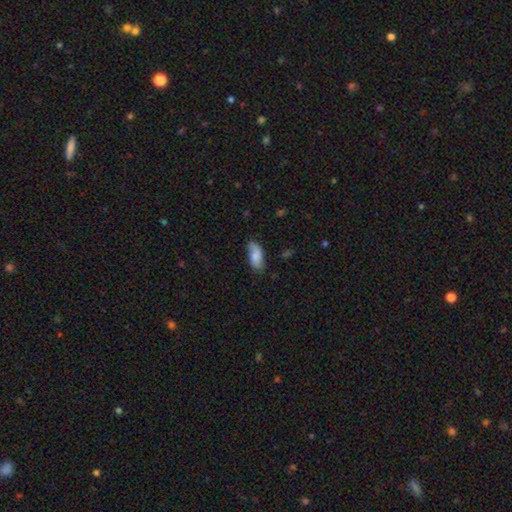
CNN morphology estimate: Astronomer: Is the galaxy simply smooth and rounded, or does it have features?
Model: smooth — 73%.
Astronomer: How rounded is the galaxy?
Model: in between — 89%.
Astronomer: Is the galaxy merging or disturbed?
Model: none — 66%.